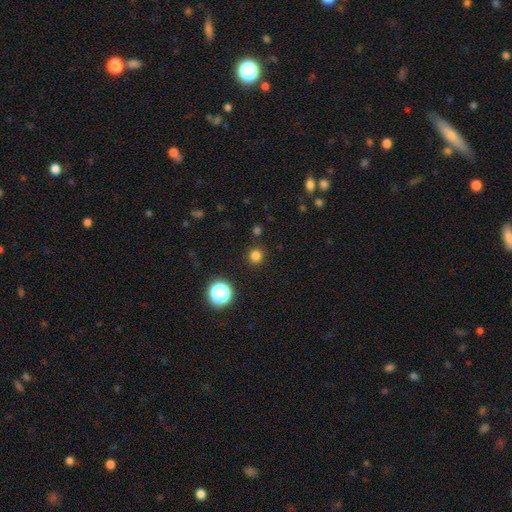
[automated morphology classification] Smooth or featured? Predicted: smooth (p=0.79). How rounded? Predicted: round (p=0.93). Merging? Predicted: none (p=0.90).